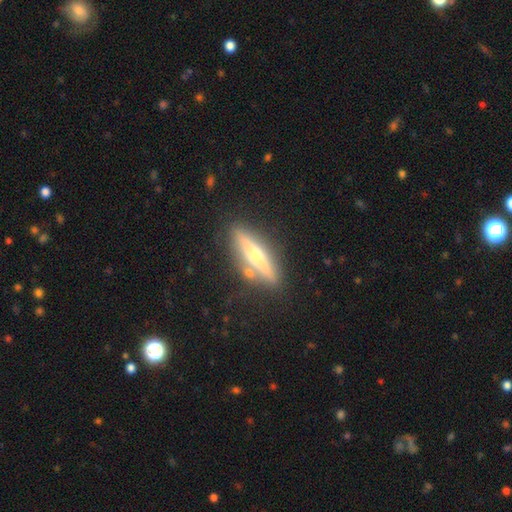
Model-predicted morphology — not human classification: type=featured or disk (63%); edge-on=yes (93%); edge-on bulge=rounded (84%); merging=none (80%).